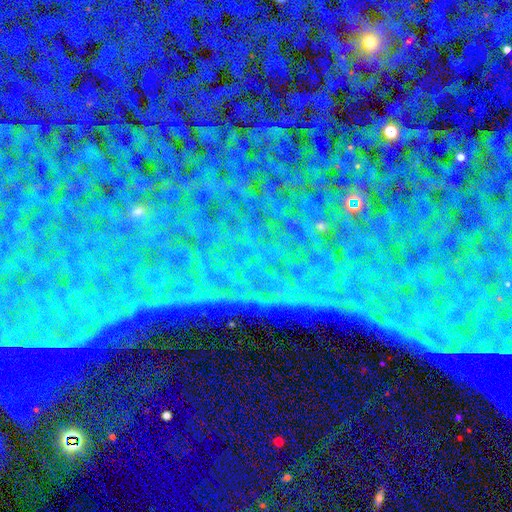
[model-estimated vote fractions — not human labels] smooth-or-featured: star or artifact: 86% | featured or disk: 7% | smooth: 7%